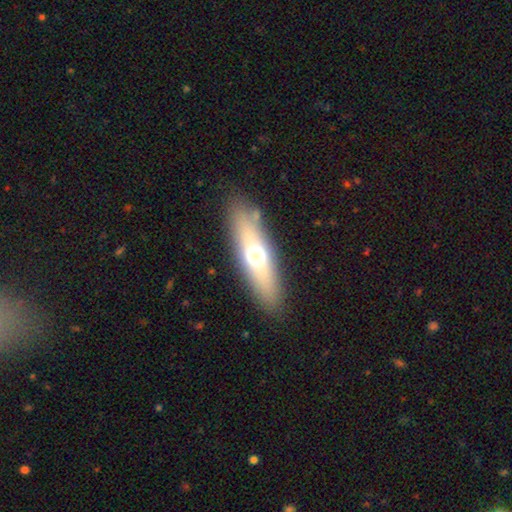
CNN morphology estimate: Smooth or featured: smooth — 56% (featured or disk — 36%)
How rounded: cigar-shaped — 54% (in between — 43%)
Merging: none — 85% (minor disturbance — 9%)